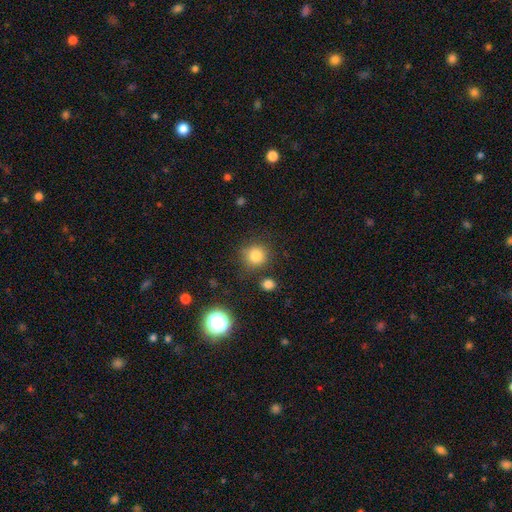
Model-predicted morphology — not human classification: Smooth or featured: smooth — 82% (star or artifact — 13%)
How rounded: round — 90% (in between — 9%)
Merging: none — 79% (minor disturbance — 11%)